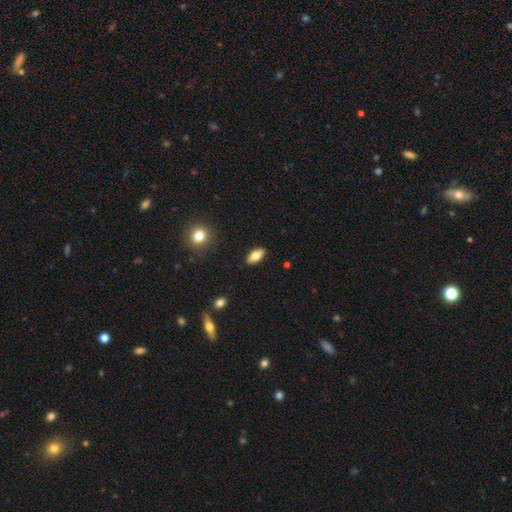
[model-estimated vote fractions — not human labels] Smooth or featured? smooth (73%)
How rounded? in between (86%)
Merging? none (89%)